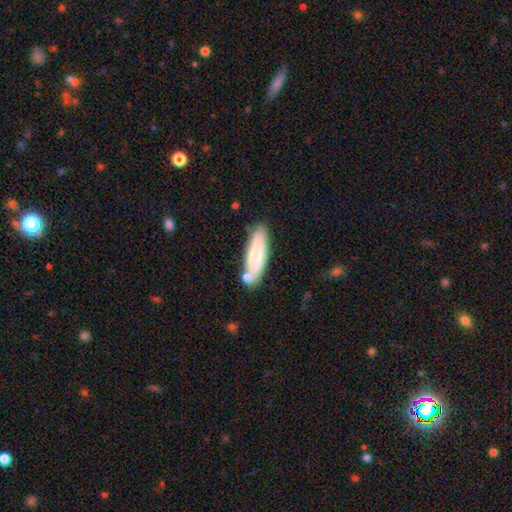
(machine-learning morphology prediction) A smooth galaxy with no disk features (72%) that is cigar-shaped (55%).

Vote fractions:
- Smooth or featured? smooth: 72% / featured or disk: 22% / star or artifact: 6%
- How rounded? cigar-shaped: 55% / in between: 43% / round: 2%
- Merging? none: 71% / minor disturbance: 14% / merger: 11% / major disturbance: 3%